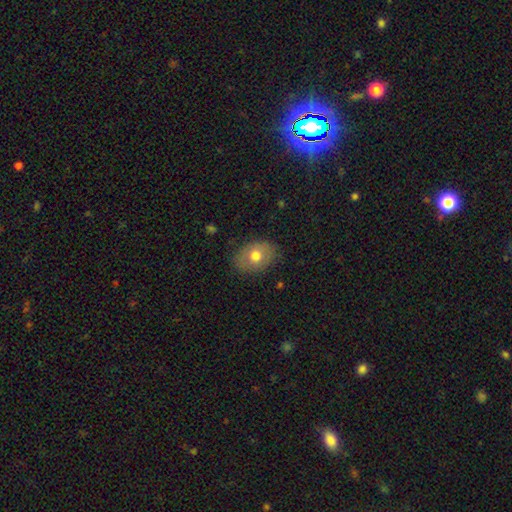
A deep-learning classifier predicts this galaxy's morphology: Smooth or featured?
  - smooth: 72% *
  - featured or disk: 20%
  - star or artifact: 8%
How rounded?
  - in between: 72% *
  - round: 27%
  - cigar-shaped: 1%
Merging?
  - none: 82% *
  - minor disturbance: 13%
  - major disturbance: 4%
  - merger: 1%